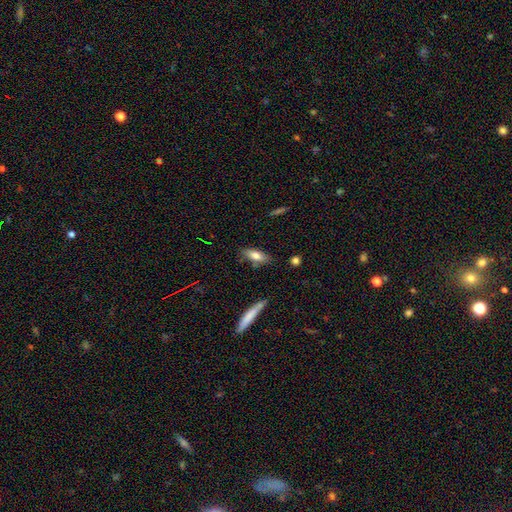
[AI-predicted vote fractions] Smooth or featured: smooth — 73% (featured or disk — 20%)
How rounded: in between — 66% (cigar-shaped — 32%)
Merging: none — 75% (minor disturbance — 17%)